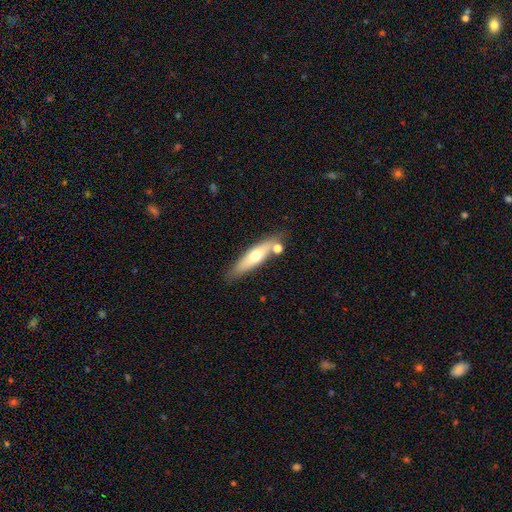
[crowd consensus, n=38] smooth-or-featured: smooth: 55% | featured or disk: 37% | star or artifact: 8%
  how-rounded: cigar-shaped: 76% | in between: 19% | round: 5%
  merging: none: 69% | merger: 17% | minor disturbance: 9% | major disturbance: 6%